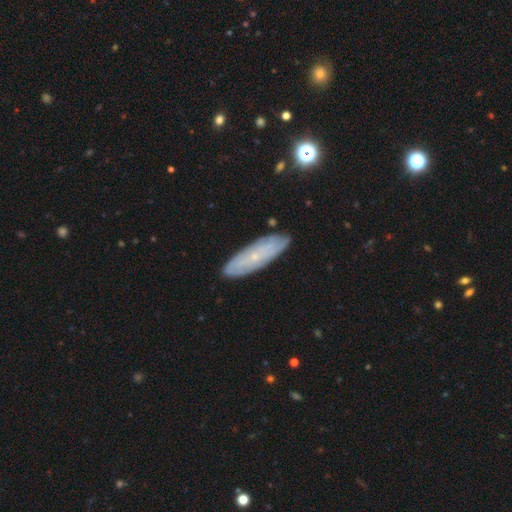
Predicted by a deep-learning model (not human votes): The model was most divided on "smooth or featured": featured or disk: 54%, smooth: 38%, star or artifact: 9%. More confident: merging — none (85%); edge-on disk — no (71%).